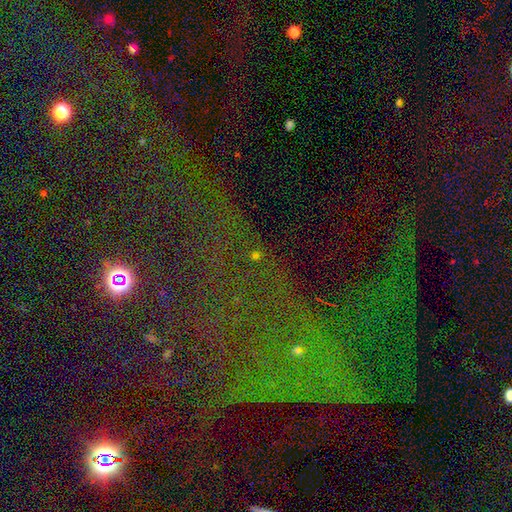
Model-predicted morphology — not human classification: Smooth or featured? star or artifact (75%)